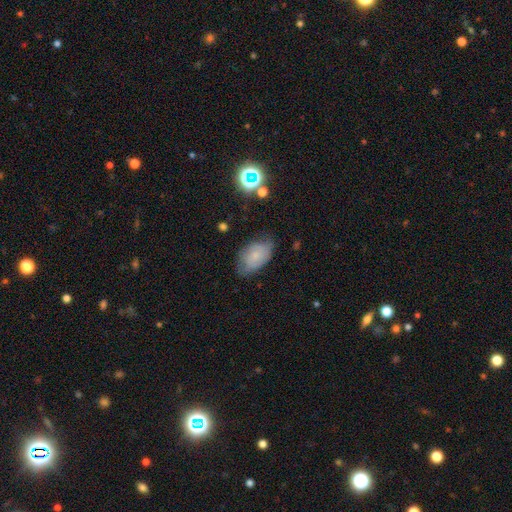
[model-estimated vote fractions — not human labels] The model was most divided on "smooth or featured": smooth: 55%, featured or disk: 35%, star or artifact: 10%. More confident: how rounded — in between (90%); merging — none (64%).